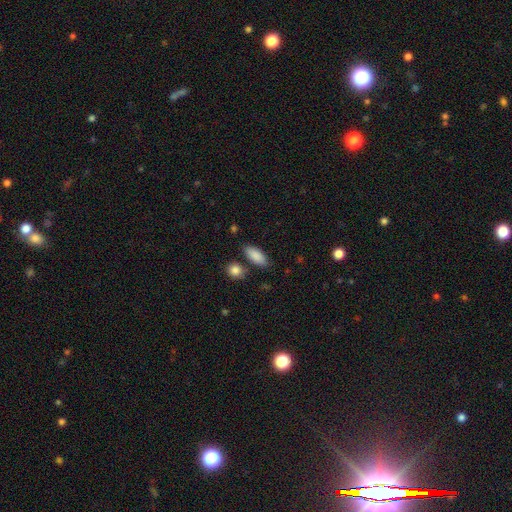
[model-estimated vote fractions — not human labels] Smooth or featured?
  - smooth: 88% *
  - star or artifact: 6%
  - featured or disk: 5%
How rounded?
  - in between: 84% *
  - cigar-shaped: 13%
  - round: 3%
Merging?
  - none: 78% *
  - minor disturbance: 13%
  - merger: 6%
  - major disturbance: 3%